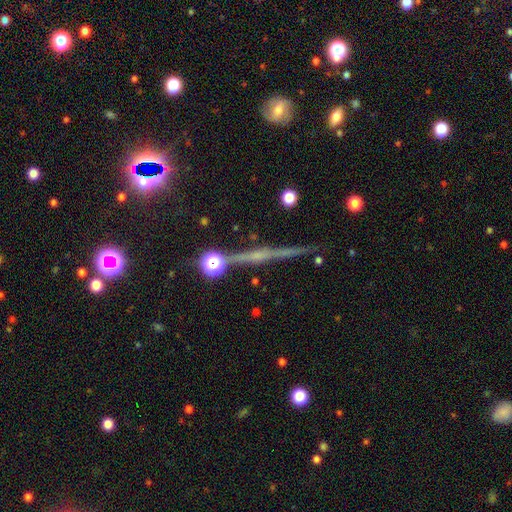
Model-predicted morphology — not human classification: Overall: featured or disk (65%). Edge-on disk: yes (97%). Edge-on bulge: rounded (50%; none 37%). Merging: none (86%).